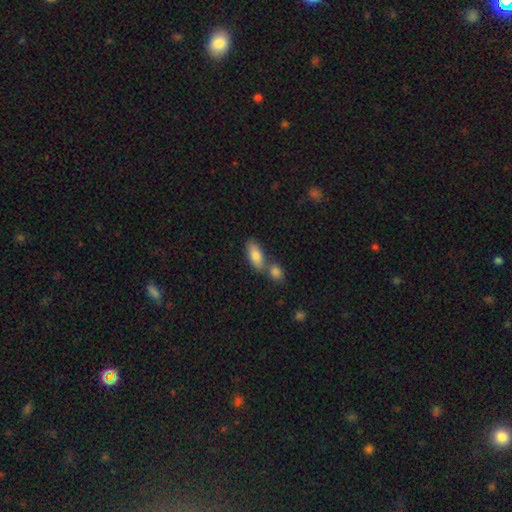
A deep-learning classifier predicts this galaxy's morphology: This is clearly a smooth galaxy (82%). How rounded: clearly in between (82%). Merging: possibly none (48%).